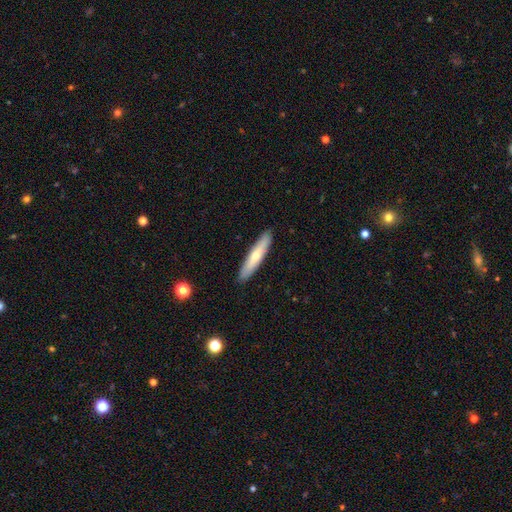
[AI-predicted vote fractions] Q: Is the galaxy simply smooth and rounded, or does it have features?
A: smooth — 51%.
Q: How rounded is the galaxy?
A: cigar-shaped — 88%.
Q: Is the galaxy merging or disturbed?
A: none — 91%.